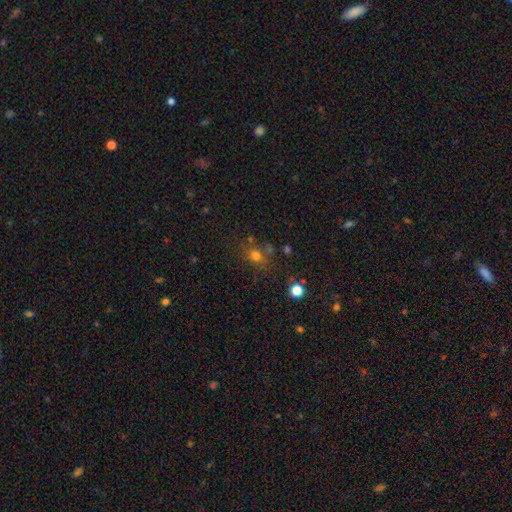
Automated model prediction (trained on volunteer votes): This appears to be a smooth galaxy with no disk features (70%) that is round (73%). Merging: none (69%).